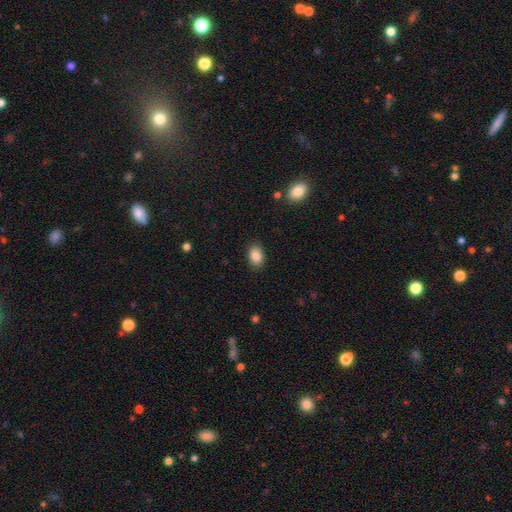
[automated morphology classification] Smooth or featured?
  - smooth: 87% *
  - star or artifact: 8%
  - featured or disk: 5%
How rounded?
  - in between: 85% *
  - round: 14%
  - cigar-shaped: 1%
Merging?
  - none: 88% *
  - minor disturbance: 9%
  - major disturbance: 3%
  - merger: 1%